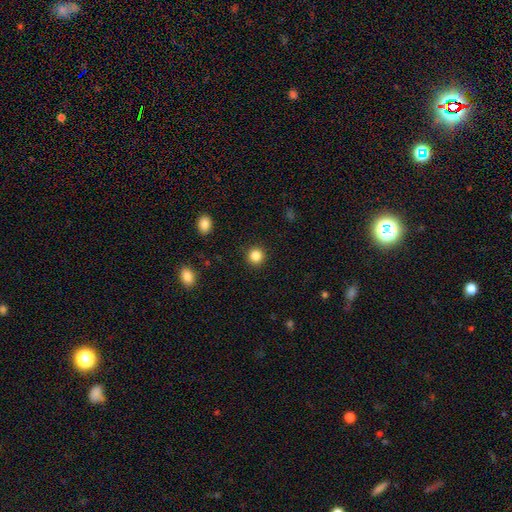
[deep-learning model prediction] Smooth or featured? smooth (85%)
How rounded? round (93%)
Merging? none (92%)